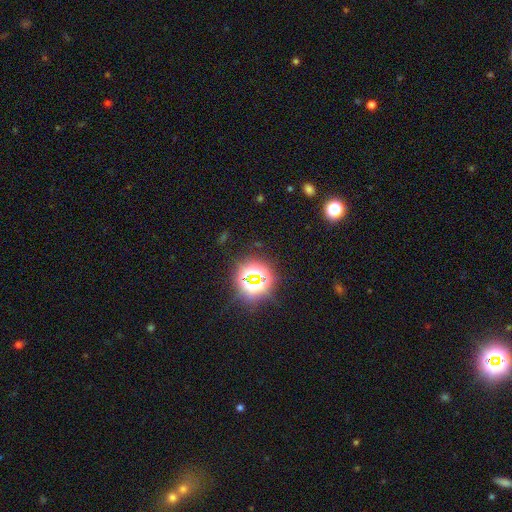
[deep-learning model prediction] Smooth or featured? star or artifact (79%)